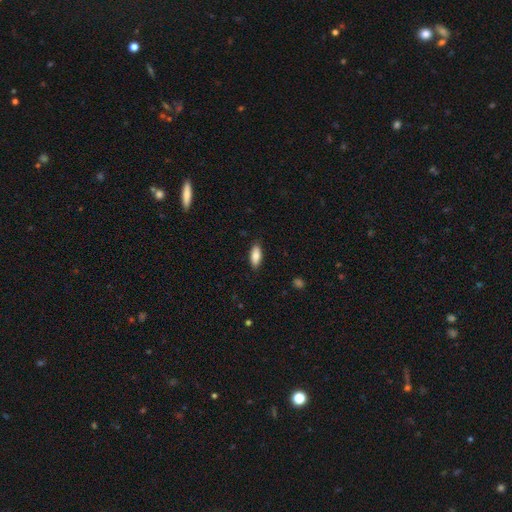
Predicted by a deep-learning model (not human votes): Smooth or featured: smooth — 83% (featured or disk — 10%)
How rounded: in between — 79% (cigar-shaped — 19%)
Merging: none — 87% (minor disturbance — 10%)